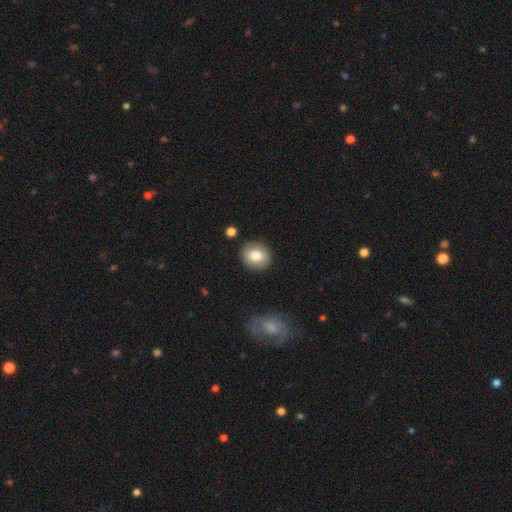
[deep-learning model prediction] smooth-or-featured: smooth: 81% | featured or disk: 11% | star or artifact: 8%
  how-rounded: round: 77% | in between: 22% | cigar-shaped: 1%
  merging: none: 89% | minor disturbance: 7% | major disturbance: 2% | merger: 2%